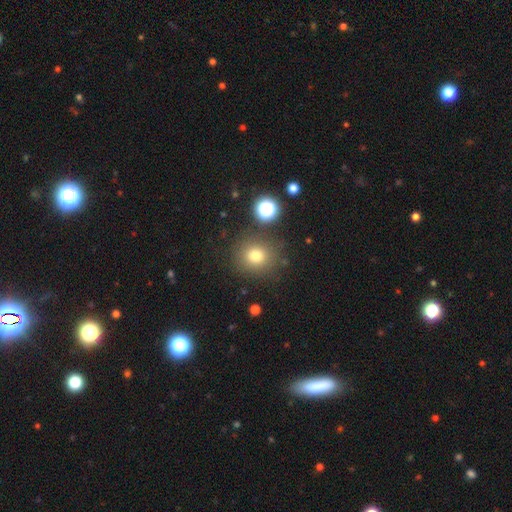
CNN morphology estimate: A smooth galaxy with no disk features (76%) that is round (86%).

Vote fractions:
- Smooth or featured? smooth: 76% / star or artifact: 15% / featured or disk: 8%
- How rounded? round: 86% / in between: 13% / cigar-shaped: 1%
- Merging? none: 82% / minor disturbance: 9% / merger: 4% / major disturbance: 4%